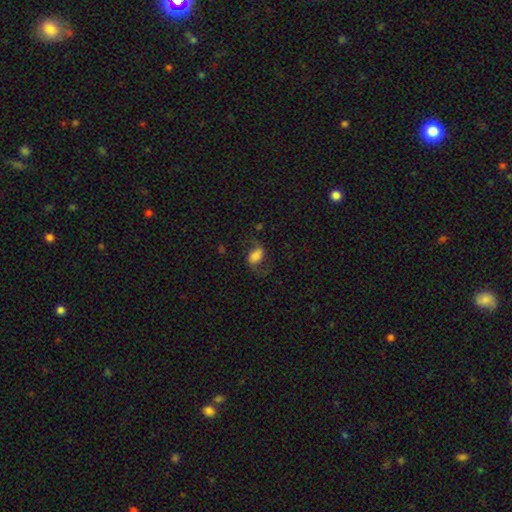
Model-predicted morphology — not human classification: Smooth or featured? smooth (46%)
Merging? none (60%)